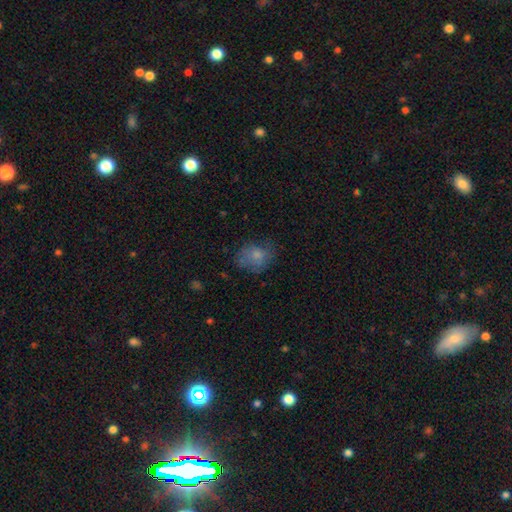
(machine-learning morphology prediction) Smooth or featured: smooth — 74% (featured or disk — 16%)
How rounded: round — 54% (in between — 45%)
Merging: none — 56% (minor disturbance — 27%)